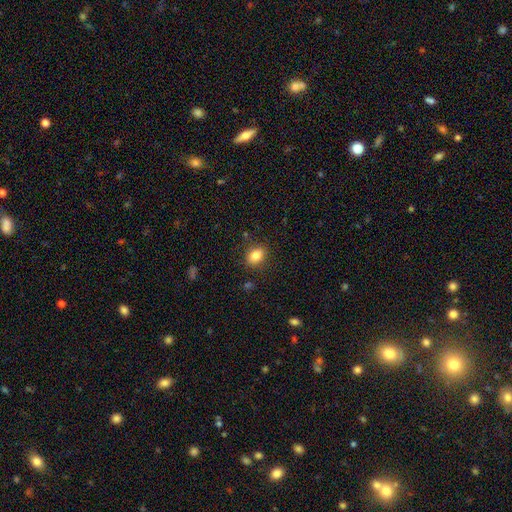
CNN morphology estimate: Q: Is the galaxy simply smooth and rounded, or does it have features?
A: smooth — 83%.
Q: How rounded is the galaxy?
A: in between — 60%.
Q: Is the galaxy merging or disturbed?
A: none — 85%.